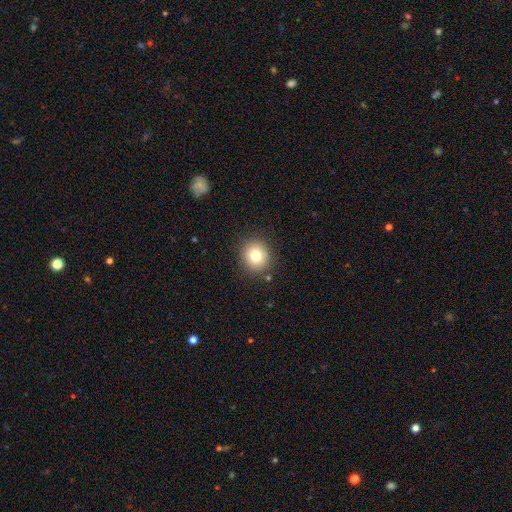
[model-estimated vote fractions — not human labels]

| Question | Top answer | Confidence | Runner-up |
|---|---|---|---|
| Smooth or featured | smooth | 78% | star or artifact (12%) |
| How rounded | round | 88% | in between (11%) |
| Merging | none | 88% | minor disturbance (8%) |